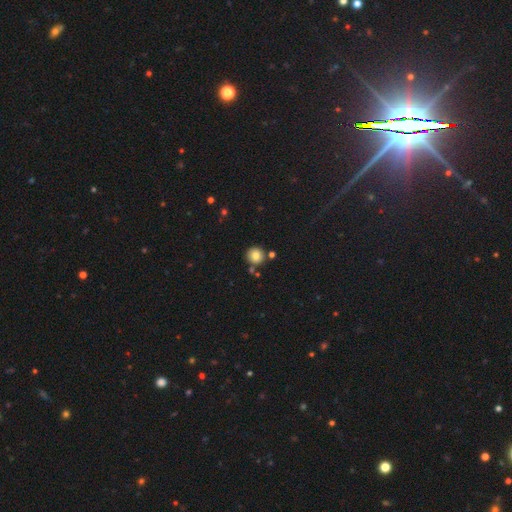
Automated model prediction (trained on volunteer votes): Overall: smooth (81%). How rounded: round (93%). Merging: none (80%).